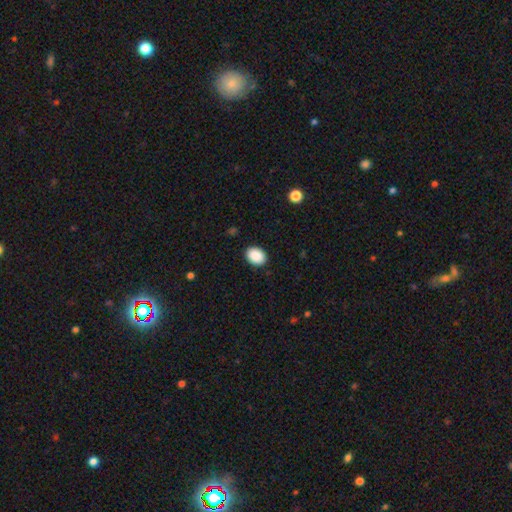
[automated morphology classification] Smooth or featured? Predicted: smooth (p=0.90). How rounded? Predicted: in between (p=0.67). Merging? Predicted: none (p=0.90).